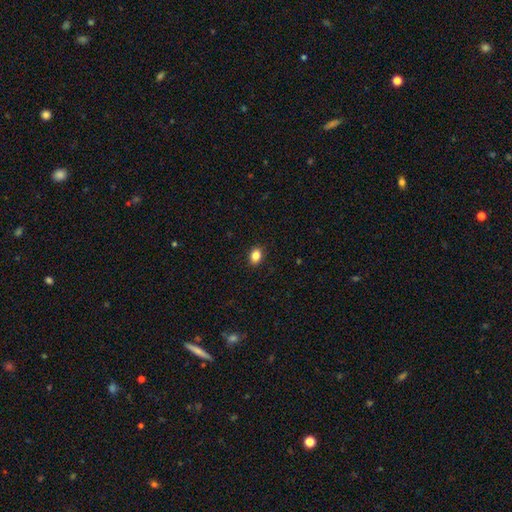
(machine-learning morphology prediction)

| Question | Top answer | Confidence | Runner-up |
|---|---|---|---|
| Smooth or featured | smooth | 86% | star or artifact (10%) |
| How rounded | in between | 64% | round (35%) |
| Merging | none | 90% | minor disturbance (7%) |